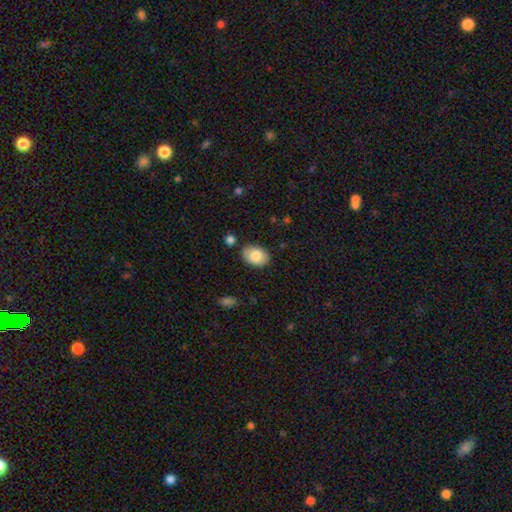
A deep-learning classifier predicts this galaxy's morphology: The model was most divided on "how rounded": in between: 84%, round: 15%, cigar-shaped: 1%. More confident: merging — none (84%); smooth or featured — smooth (82%).